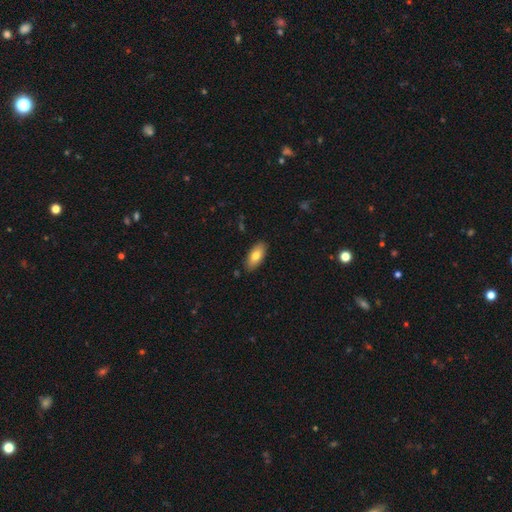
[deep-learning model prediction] A smooth galaxy with no disk features (76%) that is in between round and cigar-shaped (88%).

Vote fractions:
- Smooth or featured? smooth: 76% / featured or disk: 17% / star or artifact: 6%
- How rounded? in between: 88% / cigar-shaped: 9% / round: 3%
- Merging? none: 86% / minor disturbance: 11% / major disturbance: 2% / merger: 1%